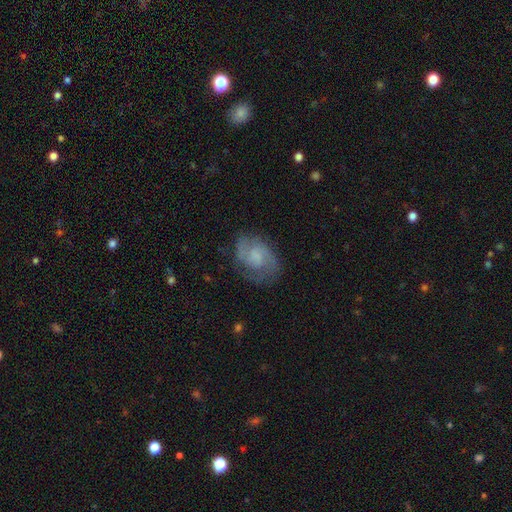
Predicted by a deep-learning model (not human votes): Smooth or featured?
  - featured or disk: 70% *
  - smooth: 22%
  - star or artifact: 8%
Edge-on disk?
  - no: 97% *
  - yes: 3%
Bar?
  - no: 56% *
  - weak: 38%
  - strong: 6%
Spiral arms?
  - yes: 91% *
  - no: 9%
Spiral winding?
  - medium: 50% *
  - tight: 31%
  - loose: 19%
Spiral arm count?
  - 2: 77% *
  - can't tell: 12%
  - 3: 4%
  - 1: 4%
  - 4: 2%
  - more than 4: 1%
Bulge size?
  - none: 42% *
  - small: 24%
  - moderate: 22%
  - large: 10%
  - dominant: 2%
Merging?
  - none: 70% *
  - minor disturbance: 19%
  - major disturbance: 9%
  - merger: 1%